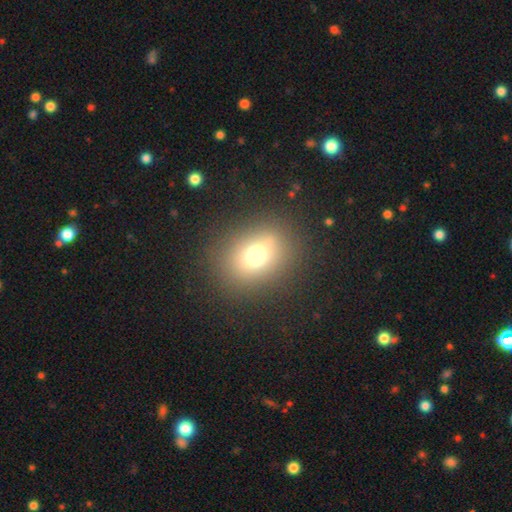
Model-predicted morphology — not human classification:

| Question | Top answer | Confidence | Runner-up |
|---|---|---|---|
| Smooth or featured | smooth | 69% | star or artifact (18%) |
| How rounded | round | 54% | in between (45%) |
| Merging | none | 84% | minor disturbance (9%) |